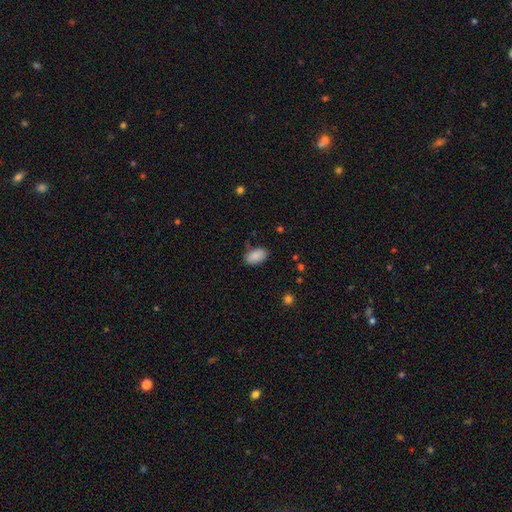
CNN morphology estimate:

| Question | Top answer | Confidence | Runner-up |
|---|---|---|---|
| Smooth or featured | smooth | 88% | star or artifact (7%) |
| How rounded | in between | 94% | round (4%) |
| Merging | none | 80% | minor disturbance (15%) |